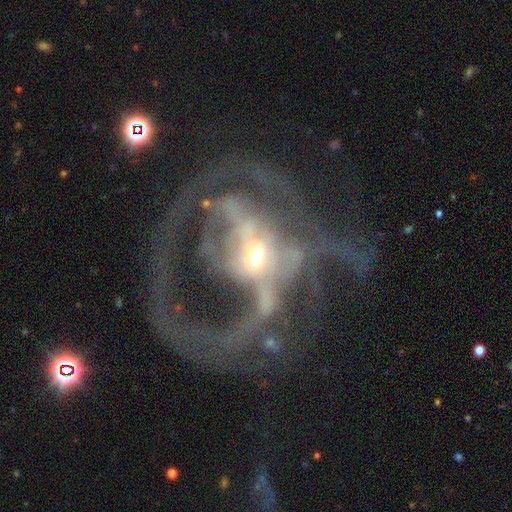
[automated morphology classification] Smooth or featured? featured or disk (84%)
Edge-on disk? no (97%)
Bar? no (39%)
Spiral arms? yes (73%)
Spiral winding? medium (42%)
Spiral arm count? can't tell (33%)
Bulge size? small (56%)
Merging? major disturbance (52%)